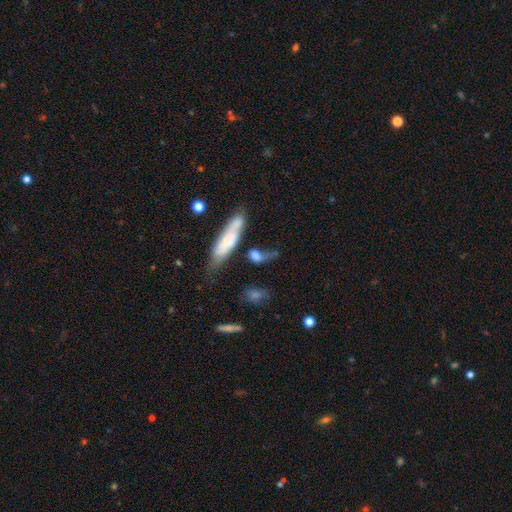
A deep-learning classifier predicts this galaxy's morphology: Smooth or featured?
  - smooth: 58% *
  - featured or disk: 32%
  - star or artifact: 10%
How rounded?
  - in between: 50% *
  - cigar-shaped: 35%
  - round: 15%
Merging?
  - none: 38% *
  - minor disturbance: 22%
  - merger: 21%
  - major disturbance: 19%